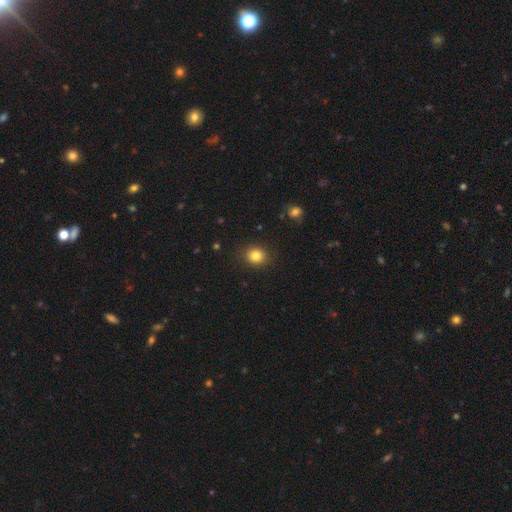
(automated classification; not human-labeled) Q: Smooth or featured?
A: smooth (84%); runner-up: star or artifact (11%)
Q: How rounded?
A: round (78%); runner-up: in between (21%)
Q: Merging?
A: none (89%); runner-up: minor disturbance (8%)